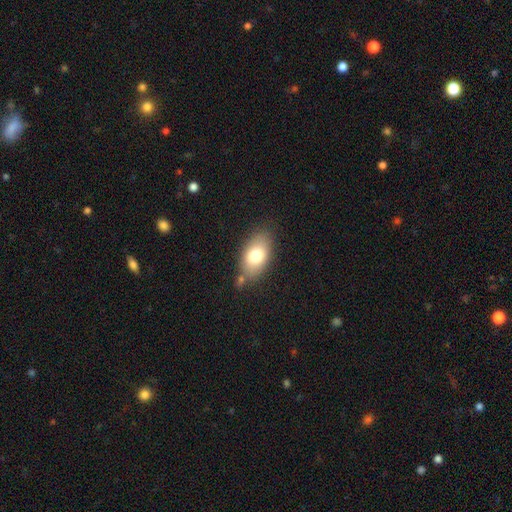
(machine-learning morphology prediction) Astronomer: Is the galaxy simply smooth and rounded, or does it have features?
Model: smooth — 76%.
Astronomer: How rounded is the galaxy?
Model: in between — 90%.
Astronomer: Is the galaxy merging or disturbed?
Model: none — 73%.